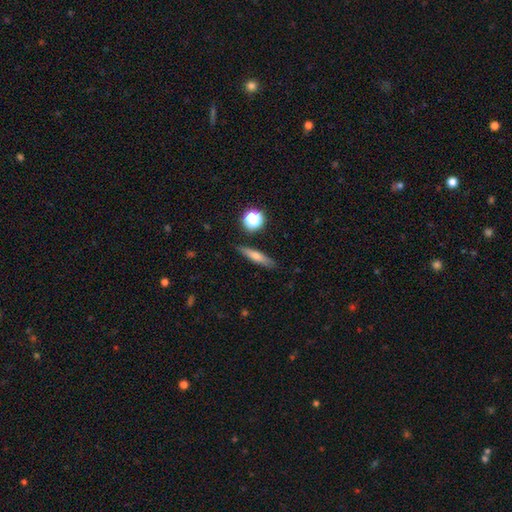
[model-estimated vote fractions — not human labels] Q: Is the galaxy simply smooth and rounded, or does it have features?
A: smooth — 62%.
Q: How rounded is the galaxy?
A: cigar-shaped — 80%.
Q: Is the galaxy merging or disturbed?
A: none — 86%.